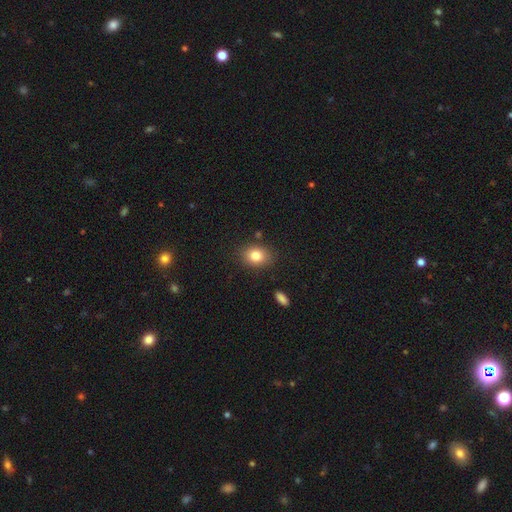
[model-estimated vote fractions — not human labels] Smooth or featured? Predicted: smooth (p=0.83). How rounded? Predicted: in between (p=0.60). Merging? Predicted: none (p=0.84).